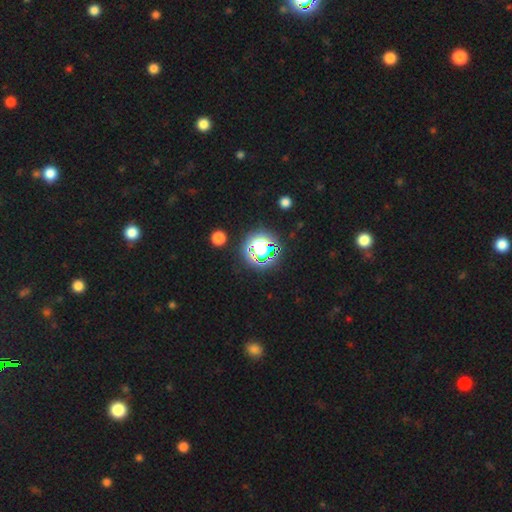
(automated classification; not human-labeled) Smooth or featured?
  - star or artifact: 59% *
  - smooth: 30%
  - featured or disk: 12%